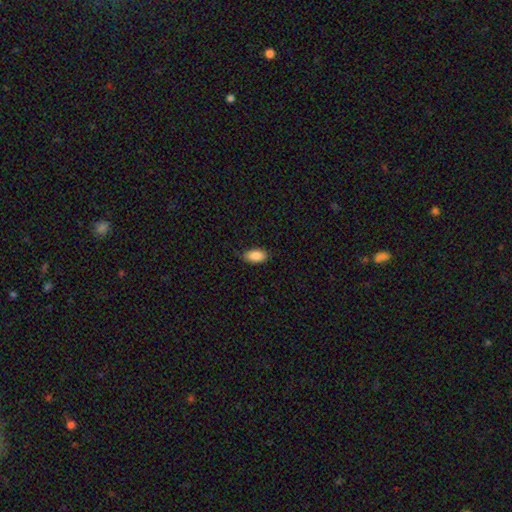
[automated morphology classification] A smooth galaxy with no disk features (87%) that is in between round and cigar-shaped (93%).

Vote fractions:
- Smooth or featured? smooth: 87% / star or artifact: 7% / featured or disk: 6%
- How rounded? in between: 93% / round: 4% / cigar-shaped: 3%
- Merging? none: 84% / minor disturbance: 13% / major disturbance: 2% / merger: 1%